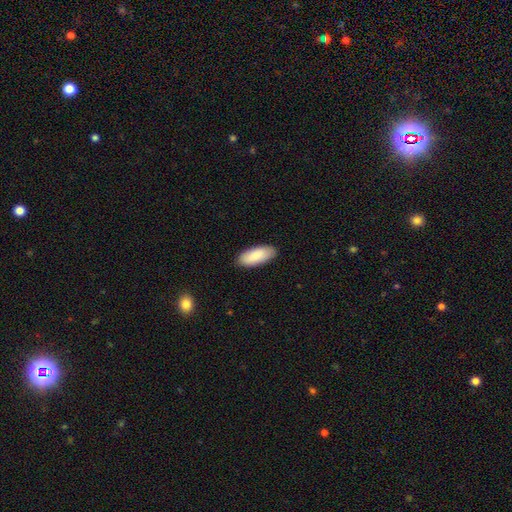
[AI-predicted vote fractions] This is clearly a smooth galaxy (87%). How rounded: clearly in between (84%). Merging: clearly none (89%).